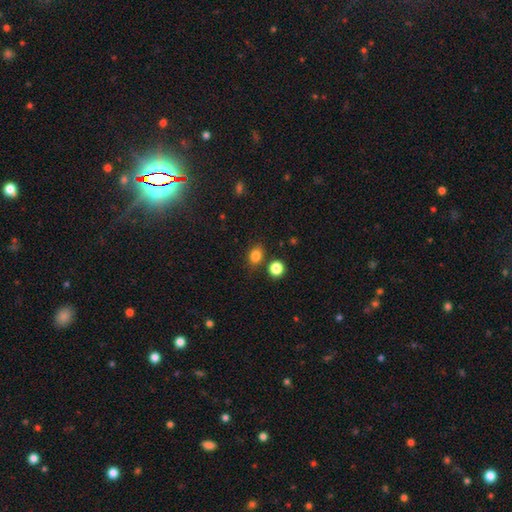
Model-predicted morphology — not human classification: Smooth or featured? Predicted: smooth (p=0.82). How rounded? Predicted: in between (p=0.50). Merging? Predicted: none (p=0.76).